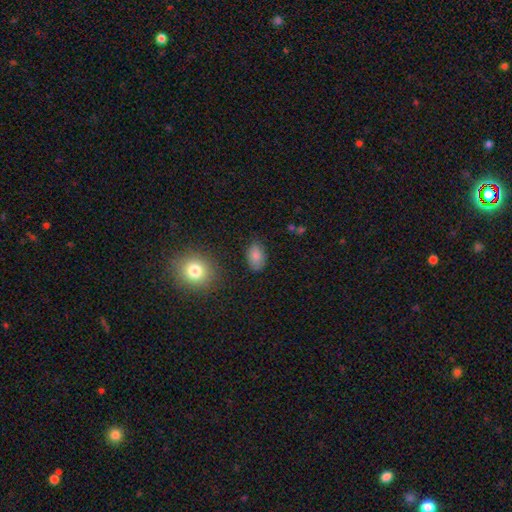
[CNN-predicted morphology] Smooth or featured? smooth (85%)
How rounded? in between (89%)
Merging? none (79%)